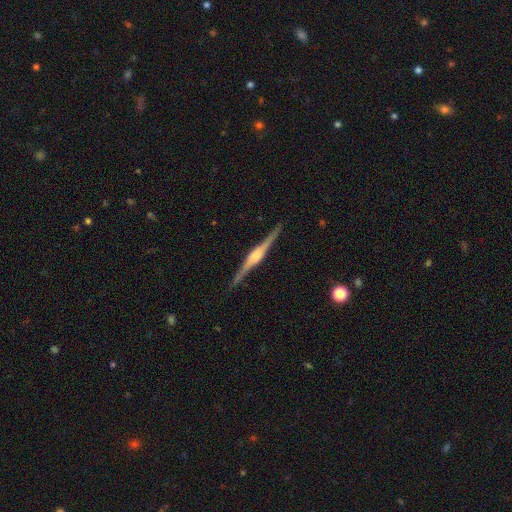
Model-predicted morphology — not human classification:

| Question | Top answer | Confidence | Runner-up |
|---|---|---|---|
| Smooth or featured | featured or disk | 85% | smooth (9%) |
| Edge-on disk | yes | 98% | no (2%) |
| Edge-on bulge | rounded | 65% | boxy (30%) |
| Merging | none | 90% | minor disturbance (7%) |